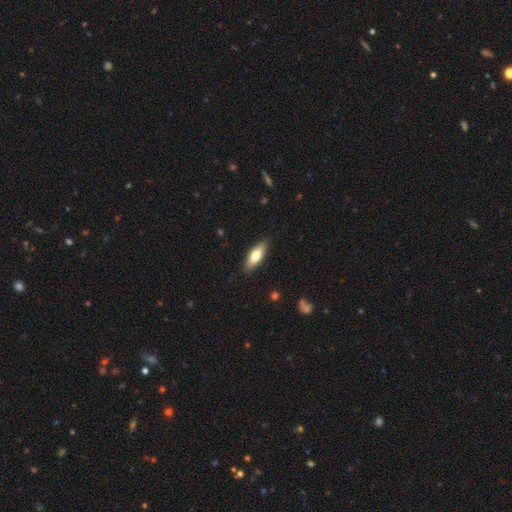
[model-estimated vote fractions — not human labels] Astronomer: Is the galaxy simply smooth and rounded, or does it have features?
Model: smooth — 67%.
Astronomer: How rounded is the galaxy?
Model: in between — 61% (runner-up: cigar-shaped, 36%).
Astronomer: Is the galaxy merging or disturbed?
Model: none — 88%.